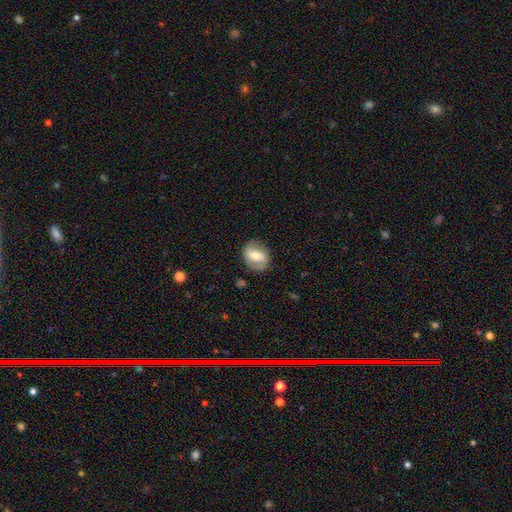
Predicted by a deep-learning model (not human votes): smooth-or-featured: featured or disk: 53% | smooth: 40% | star or artifact: 7%
  disk-edge-on: no: 94% | yes: 6%
  merging: none: 81% | minor disturbance: 14% | major disturbance: 4% | merger: 1%